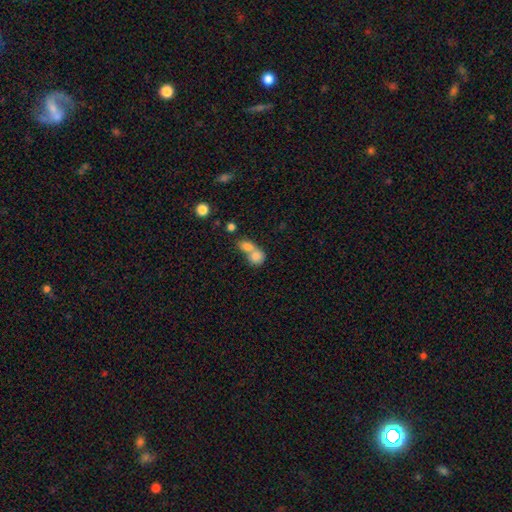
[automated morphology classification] This is likely a smooth galaxy (79%). How rounded: possibly round (59%). Merging: likely merger (71%).